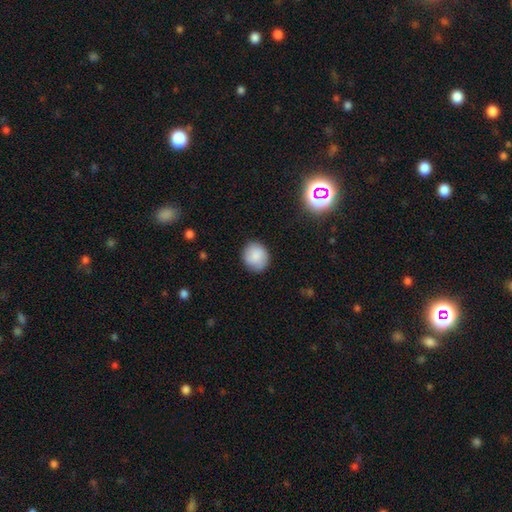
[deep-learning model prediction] Smooth or featured? Predicted: smooth (p=0.85). How rounded? Predicted: round (p=0.79). Merging? Predicted: none (p=0.85).